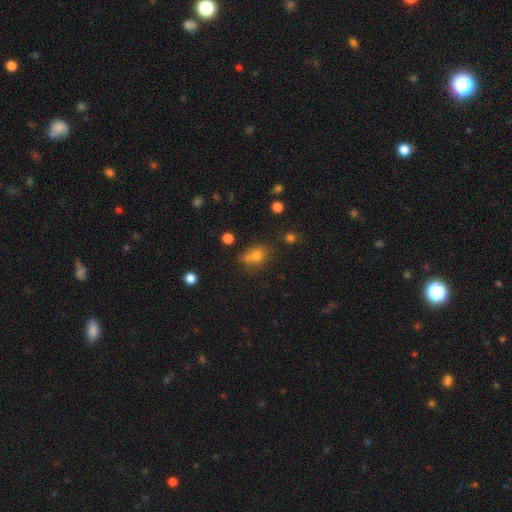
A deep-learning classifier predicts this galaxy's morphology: Q: Smooth or featured?
A: smooth (72%); runner-up: star or artifact (17%)
Q: How rounded?
A: round (58%); runner-up: in between (41%)
Q: Merging?
A: none (51%); runner-up: merger (29%)